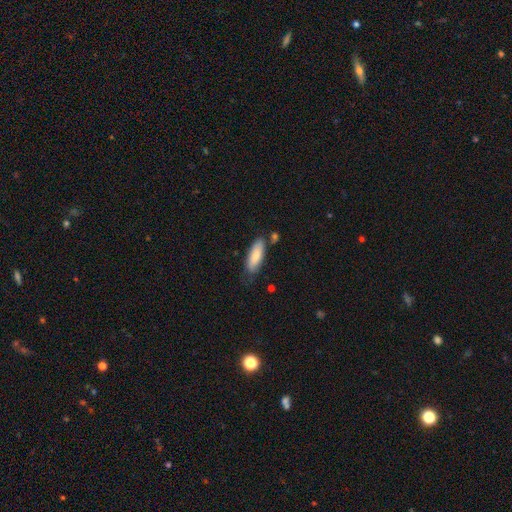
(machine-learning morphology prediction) Q: Smooth or featured?
A: smooth (81%); runner-up: featured or disk (13%)
Q: How rounded?
A: in between (65%); runner-up: cigar-shaped (33%)
Q: Merging?
A: none (70%); runner-up: minor disturbance (20%)